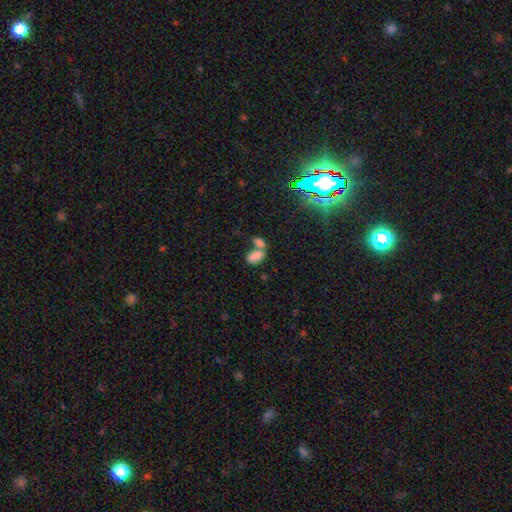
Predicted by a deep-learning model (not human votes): Morphology: type=smooth (79%); roundness=in between (92%); merging=merger (61%).